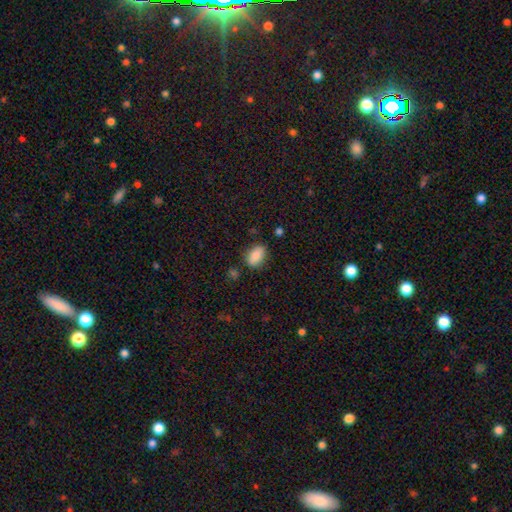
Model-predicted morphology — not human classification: This is clearly a smooth galaxy (86%). How rounded: clearly in between (88%). Merging: likely none (79%).